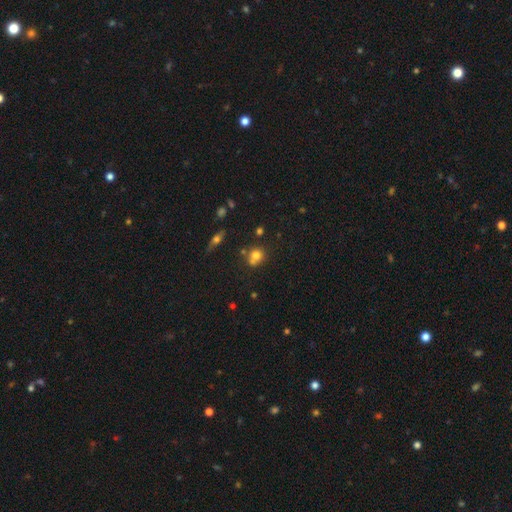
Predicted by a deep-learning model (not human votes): smooth 73%, featured or disk 14%, star or artifact 13%. Down the decision tree: how rounded — round (75%); merging — none (52%).